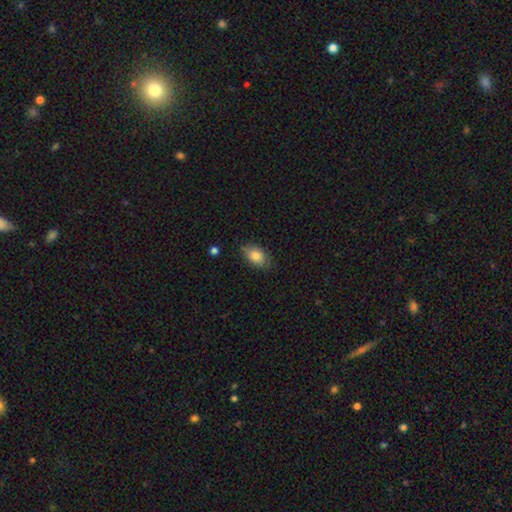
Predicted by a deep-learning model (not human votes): smooth 83%, featured or disk 10%, star or artifact 8%. Down the decision tree: how rounded — in between (88%); merging — none (72%).